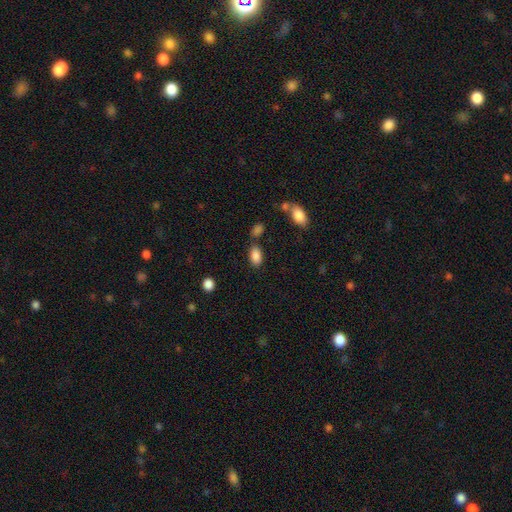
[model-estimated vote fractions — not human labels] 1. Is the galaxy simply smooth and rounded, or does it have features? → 87% smooth, 8% star or artifact, 5% featured or disk.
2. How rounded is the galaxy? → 91% in between, 6% round, 2% cigar-shaped.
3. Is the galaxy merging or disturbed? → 73% none, 14% minor disturbance, 9% merger, 4% major disturbance.